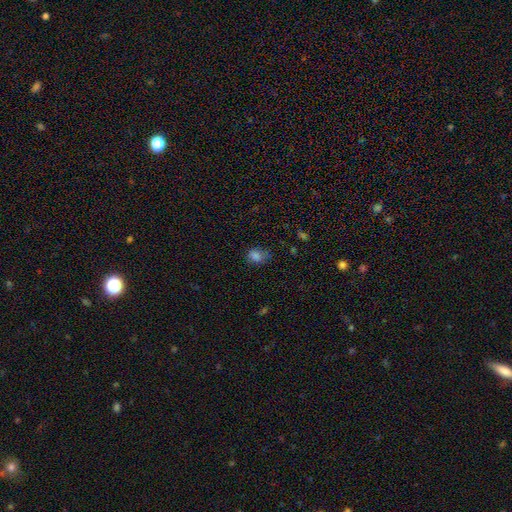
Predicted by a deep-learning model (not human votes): Smooth or featured? Predicted: smooth (p=0.80). How rounded? Predicted: in between (p=0.63). Merging? Predicted: none (p=0.58).